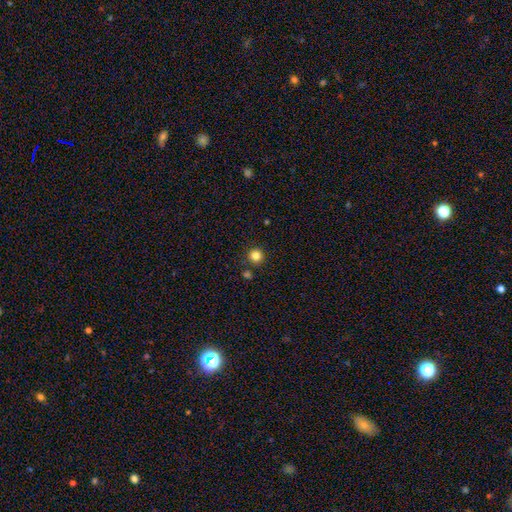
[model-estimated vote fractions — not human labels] This appears to be a smooth galaxy with no disk features (83%) that is round (95%). Merging: none (88%).